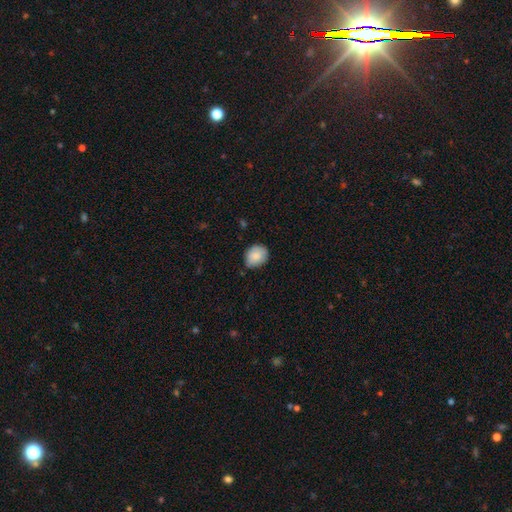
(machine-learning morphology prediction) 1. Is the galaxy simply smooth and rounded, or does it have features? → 84% smooth, 9% featured or disk, 7% star or artifact.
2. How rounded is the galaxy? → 51% round, 48% in between, 1% cigar-shaped.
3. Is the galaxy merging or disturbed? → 75% none, 21% minor disturbance, 3% major disturbance, 1% merger.